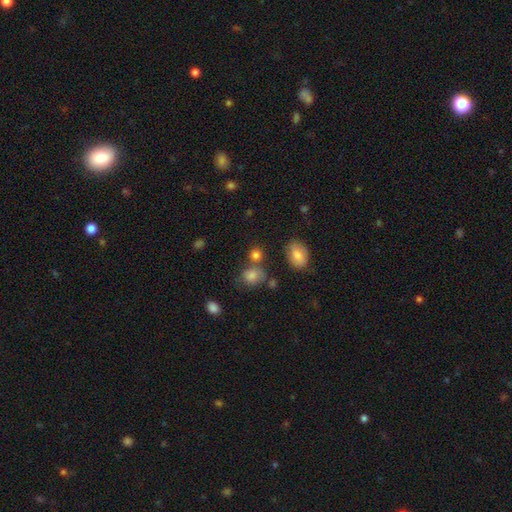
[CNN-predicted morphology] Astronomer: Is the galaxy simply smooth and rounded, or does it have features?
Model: smooth — 82%.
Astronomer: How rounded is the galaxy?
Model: round — 77%.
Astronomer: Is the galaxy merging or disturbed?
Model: none — 65%.